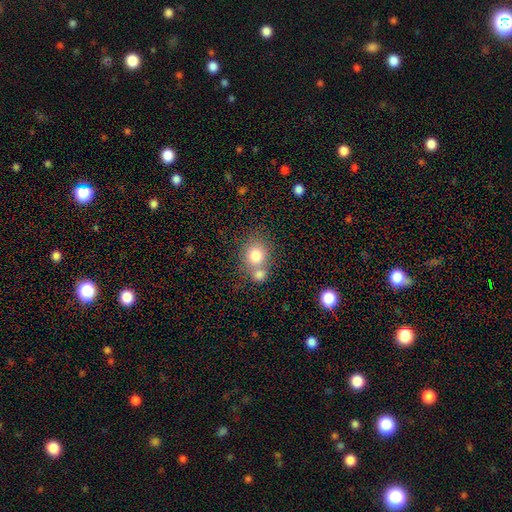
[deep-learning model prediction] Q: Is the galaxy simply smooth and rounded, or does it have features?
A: smooth — 78%.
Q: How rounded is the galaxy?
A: round — 68%.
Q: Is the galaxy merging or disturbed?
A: merger — 46%.